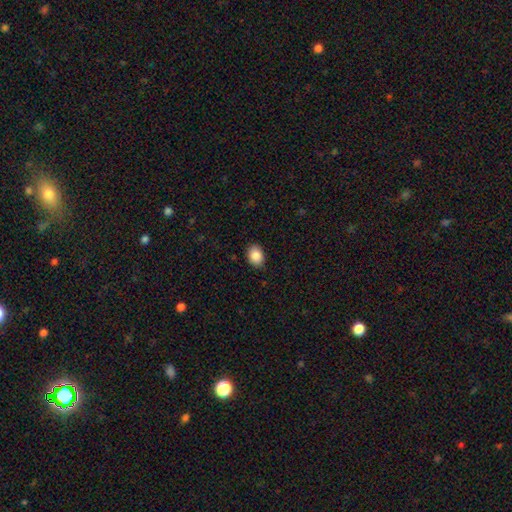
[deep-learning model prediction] smooth_or_featured: smooth (p=0.88) [alt: star or artifact p=0.08]
how_rounded: in between (p=0.69) [alt: round p=0.30]
merging: none (p=0.88) [alt: minor disturbance p=0.09]